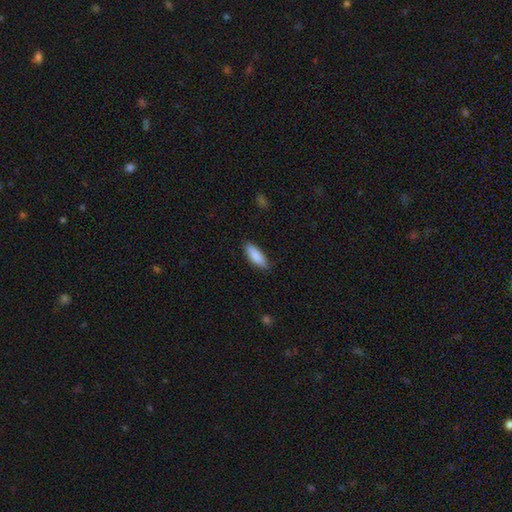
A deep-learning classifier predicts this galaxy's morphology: This appears to be a smooth galaxy with no disk features (88%) that is in between round and cigar-shaped (67%). Merging: none (84%).